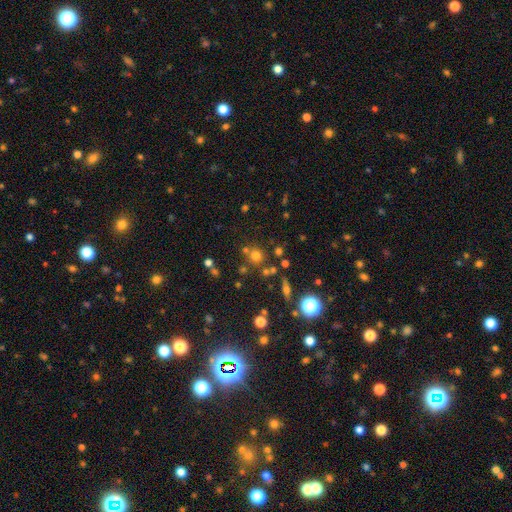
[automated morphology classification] The model was most divided on "smooth or featured": smooth: 64%, star or artifact: 25%, featured or disk: 11%. More confident: how rounded — round (91%); merging — none (71%).